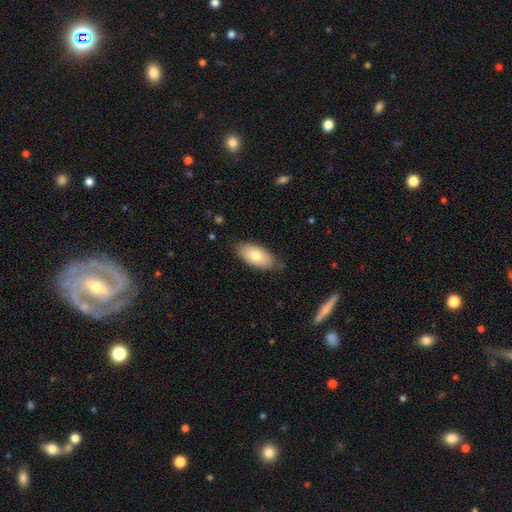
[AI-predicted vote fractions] This is likely a smooth galaxy (75%). How rounded: clearly in between (93%). Merging: likely none (79%).